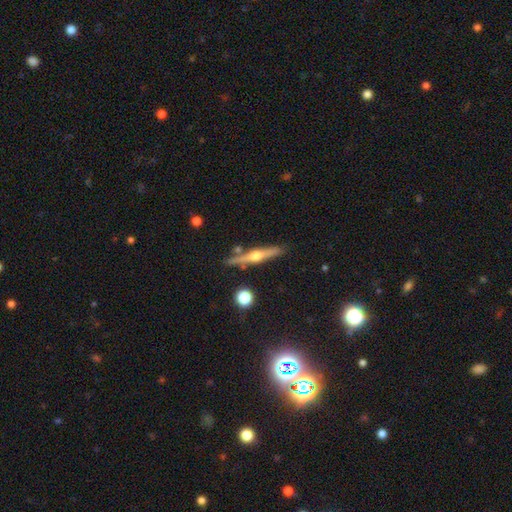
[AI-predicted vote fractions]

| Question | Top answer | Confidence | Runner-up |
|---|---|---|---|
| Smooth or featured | featured or disk | 69% | smooth (25%) |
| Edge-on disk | yes | 97% | no (3%) |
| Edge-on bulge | rounded | 93% | none (4%) |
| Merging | none | 83% | minor disturbance (10%) |